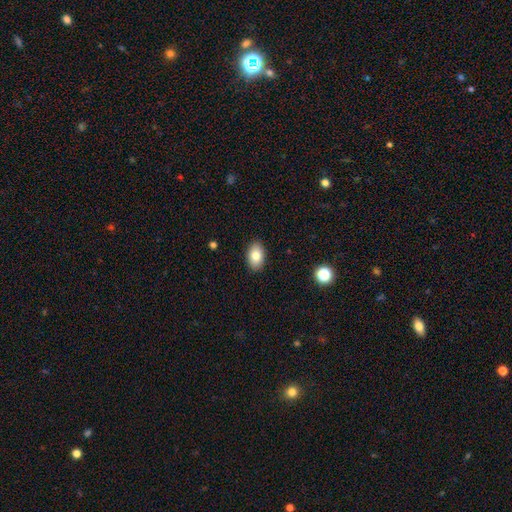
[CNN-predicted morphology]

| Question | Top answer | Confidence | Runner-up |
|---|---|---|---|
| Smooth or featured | smooth | 82% | featured or disk (10%) |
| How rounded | in between | 90% | round (9%) |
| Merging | none | 89% | minor disturbance (8%) |